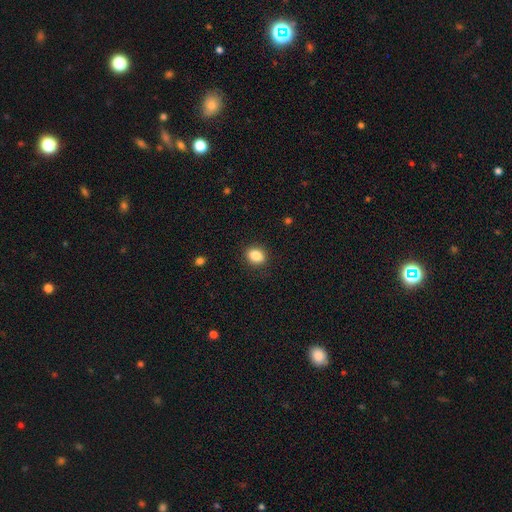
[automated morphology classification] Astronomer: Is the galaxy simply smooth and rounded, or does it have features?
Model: smooth — 86%.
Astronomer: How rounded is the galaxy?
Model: in between — 52% (runner-up: round, 47%).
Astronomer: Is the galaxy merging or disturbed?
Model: none — 89%.